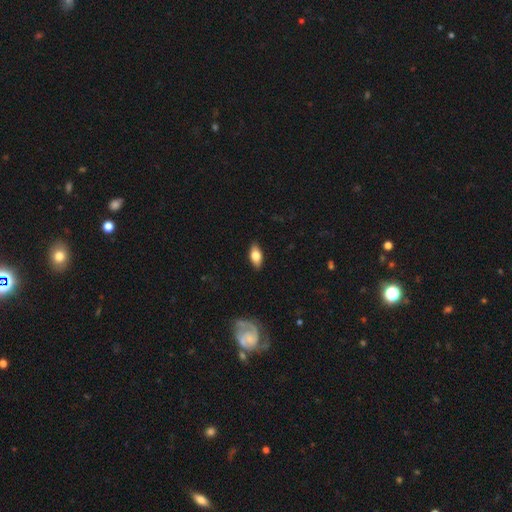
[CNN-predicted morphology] A smooth galaxy with no disk features (69%) that is in between round and cigar-shaped (85%).

Vote fractions:
- Smooth or featured? smooth: 69% / featured or disk: 24% / star or artifact: 7%
- How rounded? in between: 85% / cigar-shaped: 12% / round: 3%
- Merging? none: 88% / minor disturbance: 9% / major disturbance: 2% / merger: 1%